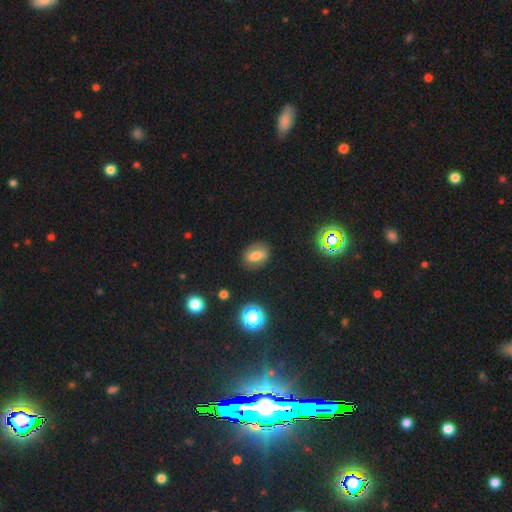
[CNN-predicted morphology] Overall: smooth (65%). How rounded: in between (76%). Merging: none (78%).